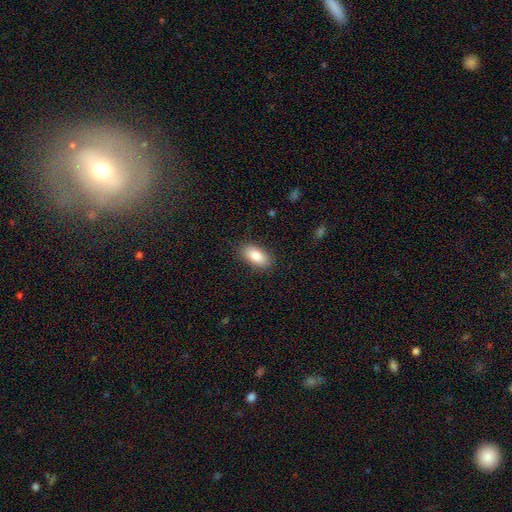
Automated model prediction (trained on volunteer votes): smooth 87%, star or artifact 7%, featured or disk 7%. Down the decision tree: how rounded — in between (91%); merging — none (86%).